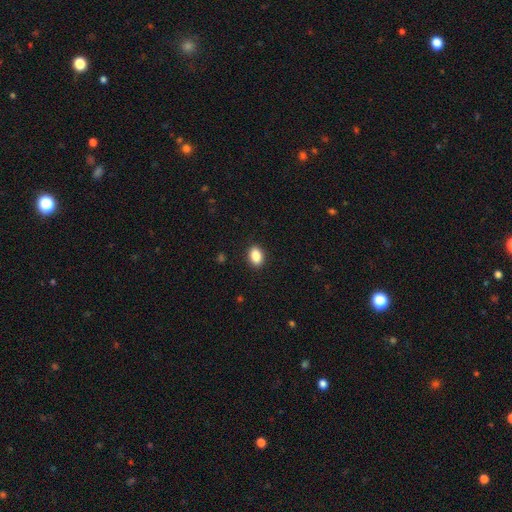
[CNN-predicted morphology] Smooth or featured: smooth — 88% (star or artifact — 8%)
How rounded: in between — 84% (round — 15%)
Merging: none — 90% (minor disturbance — 7%)